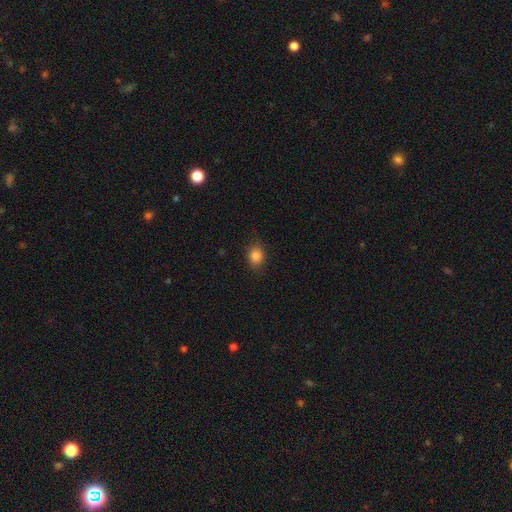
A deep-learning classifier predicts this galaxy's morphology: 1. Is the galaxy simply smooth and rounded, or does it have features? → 85% smooth, 11% star or artifact, 5% featured or disk.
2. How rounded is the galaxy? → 51% round, 47% in between, 1% cigar-shaped.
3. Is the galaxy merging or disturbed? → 83% none, 13% minor disturbance, 3% major disturbance, 1% merger.